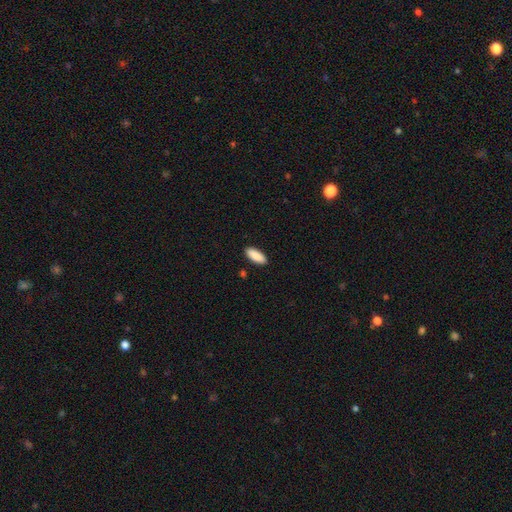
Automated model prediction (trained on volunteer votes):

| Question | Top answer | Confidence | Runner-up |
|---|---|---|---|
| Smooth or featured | smooth | 90% | star or artifact (6%) |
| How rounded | in between | 77% | cigar-shaped (21%) |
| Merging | none | 90% | minor disturbance (8%) |